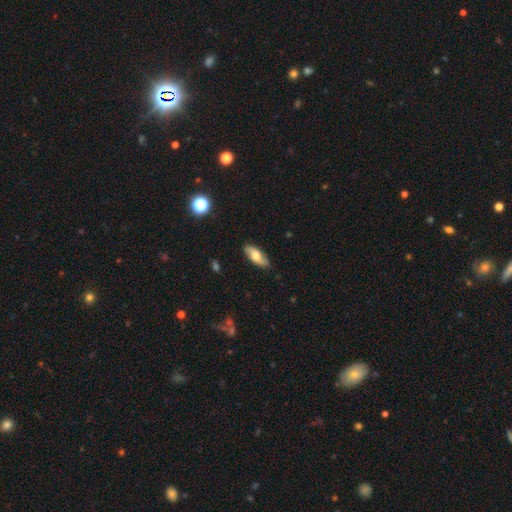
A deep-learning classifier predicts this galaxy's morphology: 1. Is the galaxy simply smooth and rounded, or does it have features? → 49% smooth, 44% featured or disk, 6% star or artifact.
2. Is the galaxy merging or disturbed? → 85% none, 11% minor disturbance, 2% major disturbance, 1% merger.